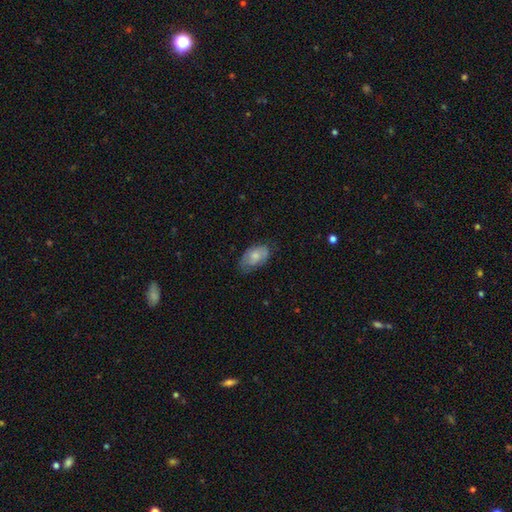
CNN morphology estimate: Smooth or featured: smooth — 69% (featured or disk — 24%)
How rounded: in between — 93% (round — 5%)
Merging: none — 62% (minor disturbance — 29%)